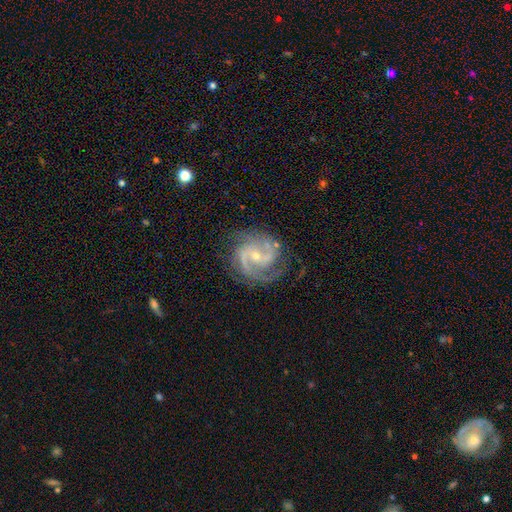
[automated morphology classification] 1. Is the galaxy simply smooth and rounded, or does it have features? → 91% featured or disk, 5% star or artifact, 4% smooth.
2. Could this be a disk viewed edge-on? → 98% no, 2% yes.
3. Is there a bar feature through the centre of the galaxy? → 44% no, 41% weak, 16% strong.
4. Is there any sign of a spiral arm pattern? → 98% yes, 2% no.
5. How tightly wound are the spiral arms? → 53% medium, 35% tight, 12% loose.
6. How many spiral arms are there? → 68% 2, 15% 3, 7% can't tell, 3% 4, 3% 1, 3% more than 4.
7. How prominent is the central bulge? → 67% small, 30% moderate, 1% none, 1% large, 1% dominant.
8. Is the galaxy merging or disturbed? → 71% none, 18% minor disturbance, 9% major disturbance, 2% merger.